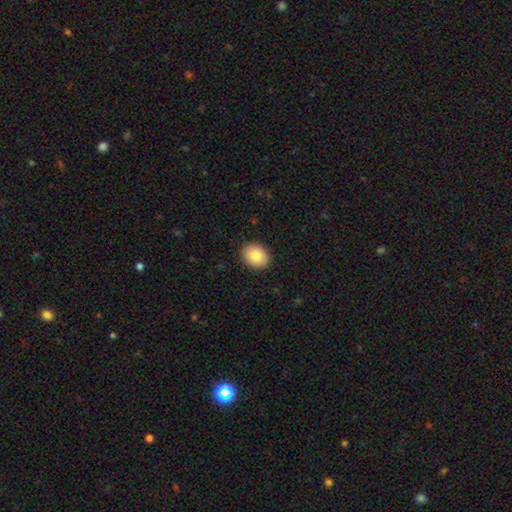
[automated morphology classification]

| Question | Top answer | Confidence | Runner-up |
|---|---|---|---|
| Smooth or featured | smooth | 86% | star or artifact (7%) |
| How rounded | in between | 52% | round (47%) |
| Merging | none | 90% | minor disturbance (8%) |